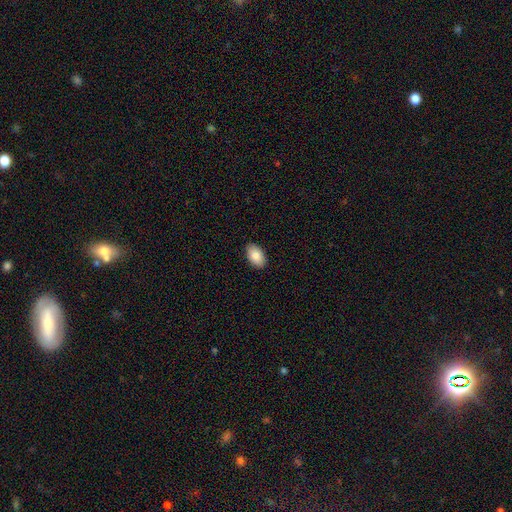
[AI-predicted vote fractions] Overall: smooth (86%). How rounded: in between (93%). Merging: none (89%).